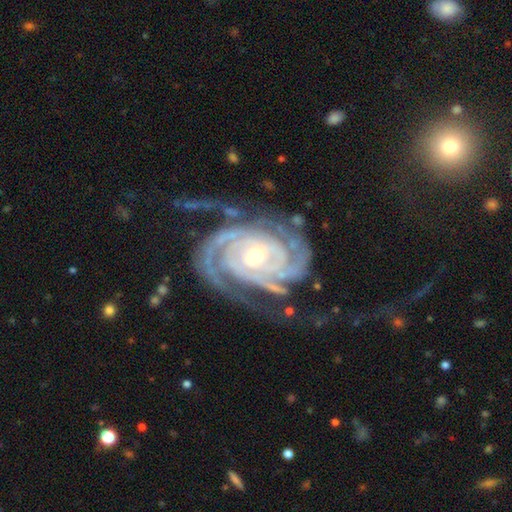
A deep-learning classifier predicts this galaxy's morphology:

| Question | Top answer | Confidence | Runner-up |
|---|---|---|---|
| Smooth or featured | featured or disk | 93% | star or artifact (4%) |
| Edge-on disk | no | 97% | yes (3%) |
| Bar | no | 63% | weak (23%) |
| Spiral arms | yes | 99% | no (1%) |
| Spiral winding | tight | 76% | medium (20%) |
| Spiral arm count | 2 | 37% | 3 (26%) |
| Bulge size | small | 50% | moderate (46%) |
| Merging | none | 64% | minor disturbance (19%) |